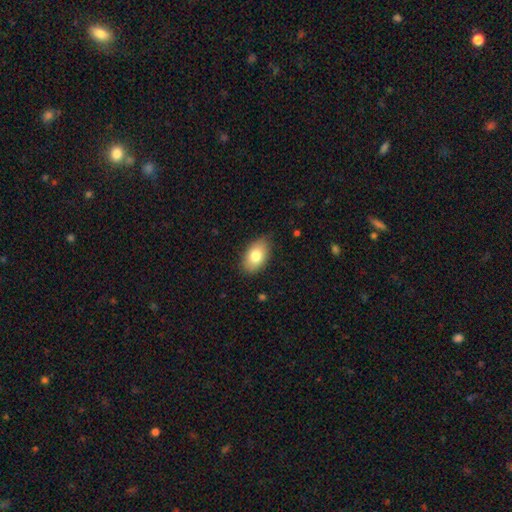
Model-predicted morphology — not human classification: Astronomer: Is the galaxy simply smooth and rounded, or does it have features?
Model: smooth — 78%.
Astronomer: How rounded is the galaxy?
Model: in between — 90%.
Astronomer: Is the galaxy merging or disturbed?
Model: none — 82%.